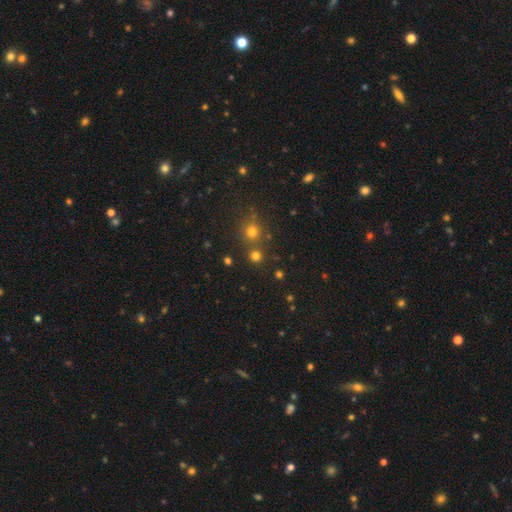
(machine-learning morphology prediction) Smooth or featured? smooth (71%)
How rounded? round (90%)
Merging? none (72%)